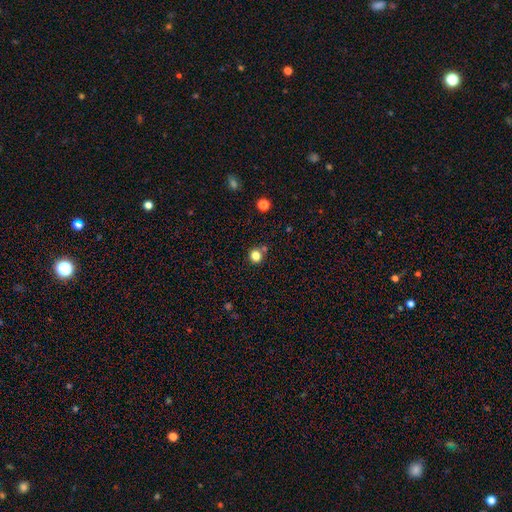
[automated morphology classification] A smooth galaxy with no disk features (82%) that is round (88%). Merging: none (77%).